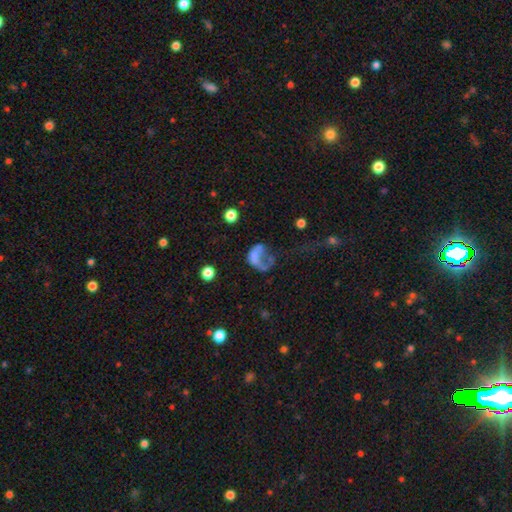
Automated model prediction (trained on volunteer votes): Morphology: type=smooth (43%); merging=major disturbance (55%).